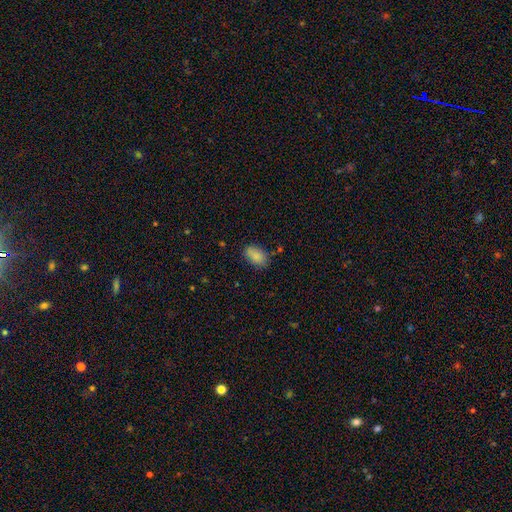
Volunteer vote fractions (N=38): Smooth or featured: smooth — 87% (featured or disk — 8%)
How rounded: in between — 88% (round — 9%)
Merging: none — 78% (major disturbance — 11%)